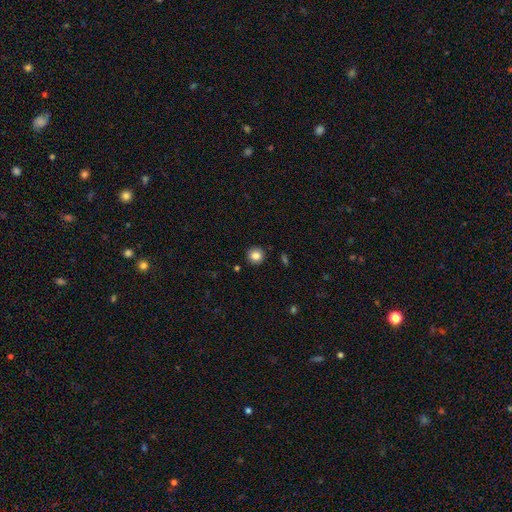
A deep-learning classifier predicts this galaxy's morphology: This is clearly a smooth galaxy (84%). How rounded: clearly round (92%). Merging: clearly none (90%).